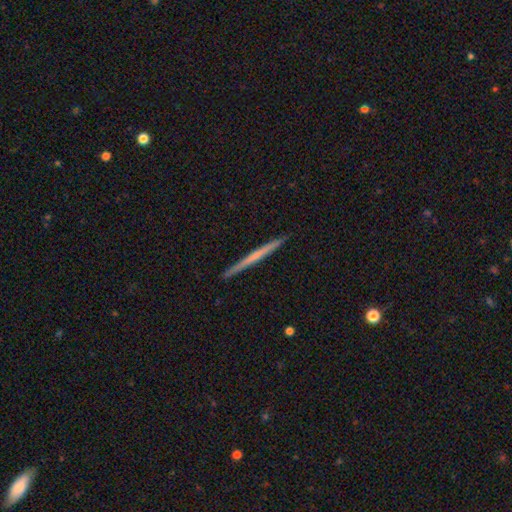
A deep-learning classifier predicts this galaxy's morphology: This appears to be a featured or disk galaxy (54%) viewed edge-on (98%) with no central bulge (82%). Merging: none (92%).